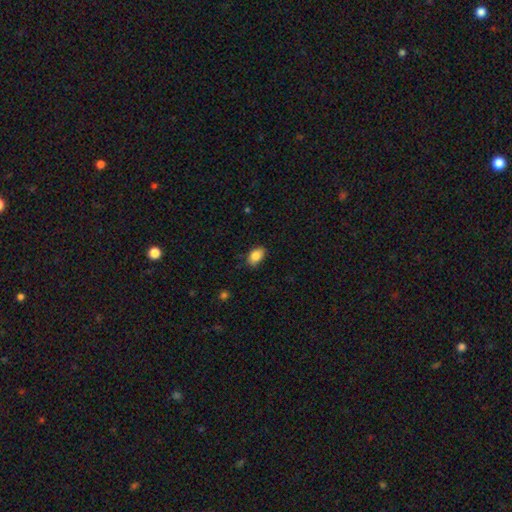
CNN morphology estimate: Smooth or featured?
  - smooth: 86% *
  - star or artifact: 8%
  - featured or disk: 6%
How rounded?
  - in between: 88% *
  - round: 10%
  - cigar-shaped: 2%
Merging?
  - none: 80% *
  - minor disturbance: 16%
  - major disturbance: 3%
  - merger: 1%